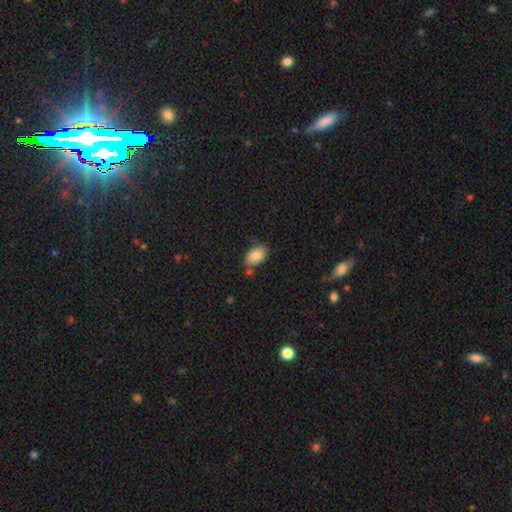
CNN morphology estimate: A smooth galaxy with no disk features (84%) that is in between round and cigar-shaped (91%). Merging: none (70%).